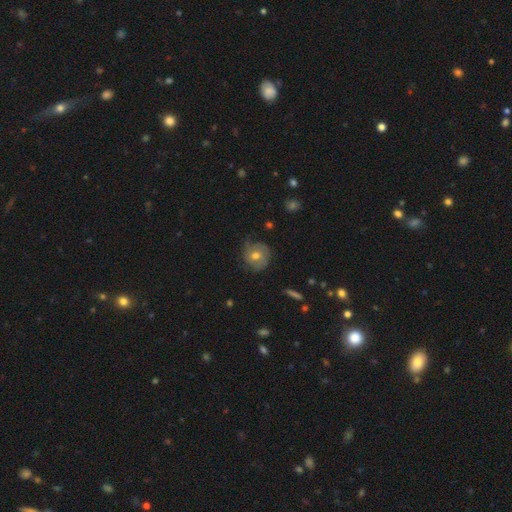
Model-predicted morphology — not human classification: Smooth or featured?
  - smooth: 46% *
  - featured or disk: 45%
  - star or artifact: 8%
Merging?
  - none: 63% *
  - minor disturbance: 27%
  - major disturbance: 9%
  - merger: 1%